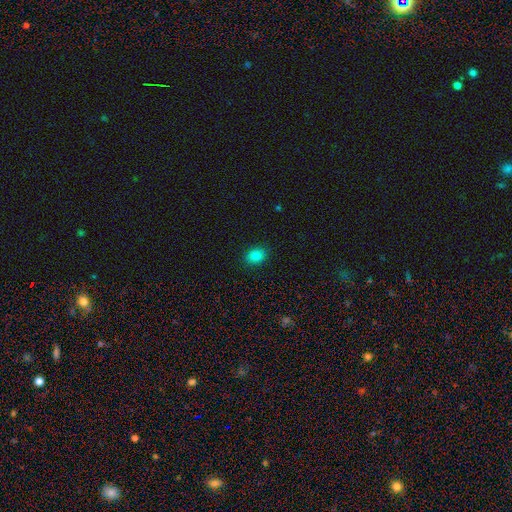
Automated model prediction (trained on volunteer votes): A smooth galaxy with no disk features (84%) that is in between round and cigar-shaped (61%). Merging: none (89%).